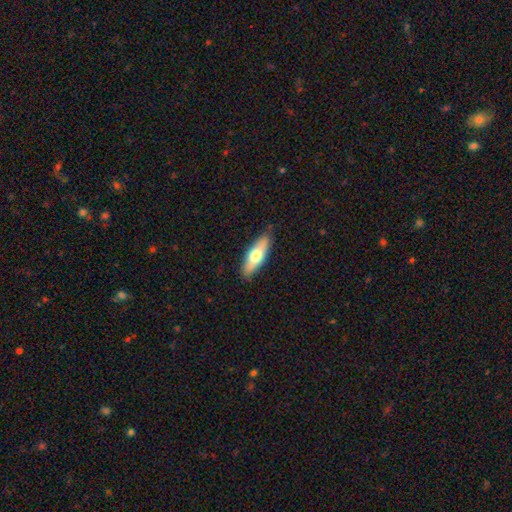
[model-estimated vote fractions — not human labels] Smooth or featured?
  - smooth: 60% *
  - featured or disk: 34%
  - star or artifact: 5%
How rounded?
  - in between: 55% *
  - cigar-shaped: 43%
  - round: 2%
Merging?
  - none: 86% *
  - minor disturbance: 11%
  - major disturbance: 2%
  - merger: 1%